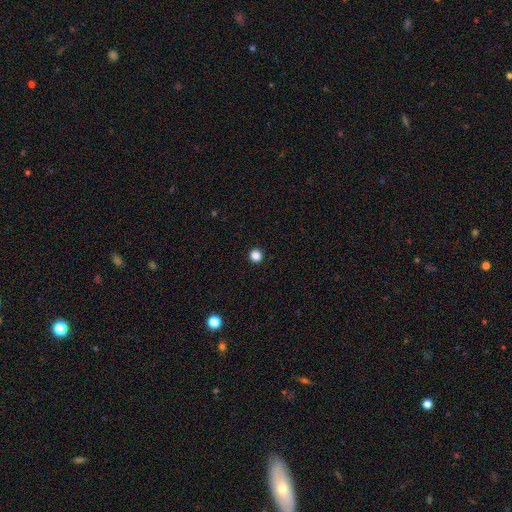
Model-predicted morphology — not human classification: This appears to be a smooth galaxy with no disk features (85%) that is round (96%). Merging: none (94%).